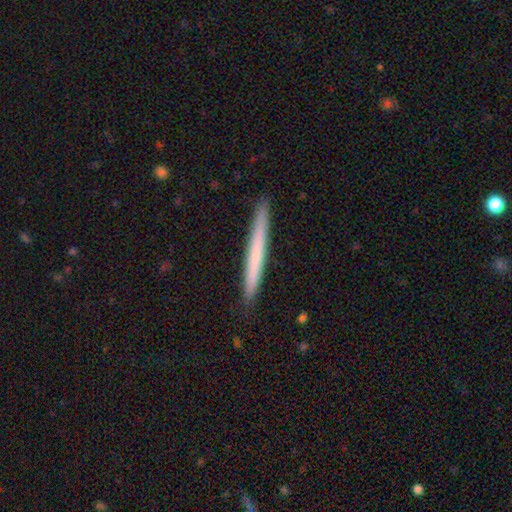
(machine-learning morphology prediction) A smooth galaxy with no disk features (62%) that is cigar-shaped (97%). Merging: none (92%).